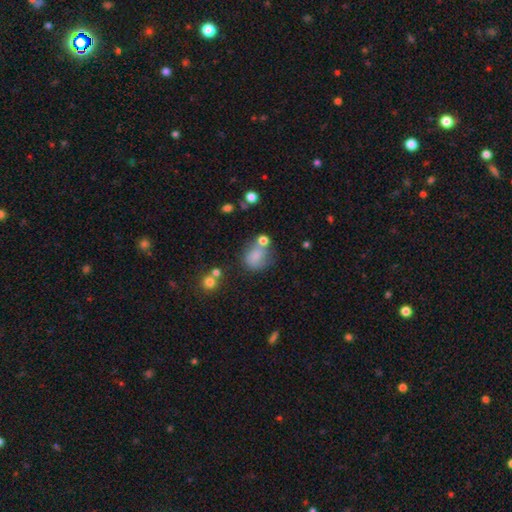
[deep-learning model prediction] Q: Smooth or featured?
A: smooth (73%); runner-up: featured or disk (14%)
Q: How rounded?
A: round (53%); runner-up: in between (46%)
Q: Merging?
A: none (39%); runner-up: minor disturbance (24%)